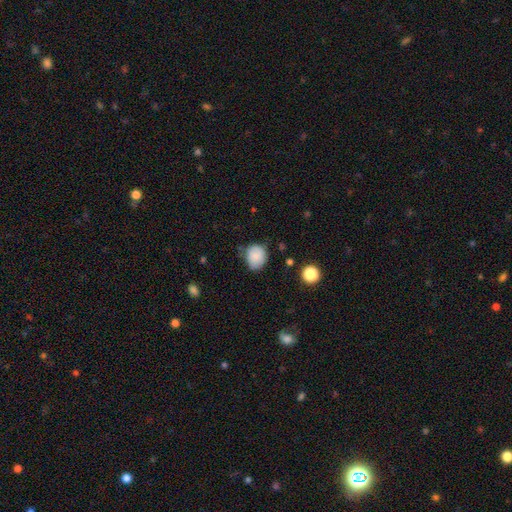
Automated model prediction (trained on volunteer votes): This appears to be a smooth galaxy with no disk features (84%) that is round (61%). Merging: none (65%).